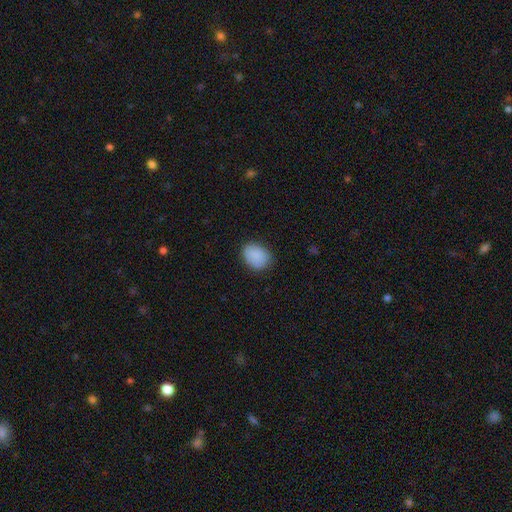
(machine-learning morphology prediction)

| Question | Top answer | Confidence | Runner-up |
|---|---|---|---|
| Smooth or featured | smooth | 88% | star or artifact (7%) |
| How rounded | in between | 60% | round (39%) |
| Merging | none | 81% | minor disturbance (15%) |